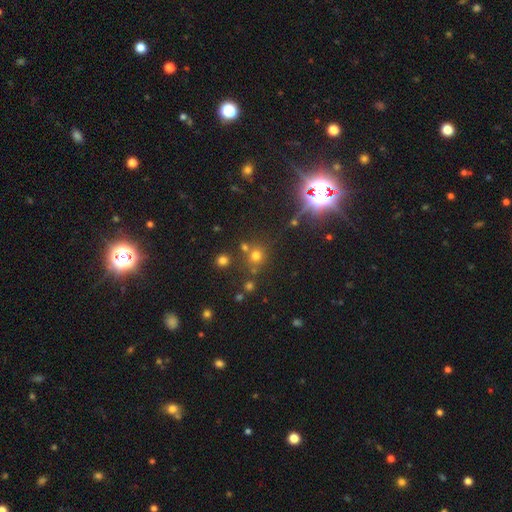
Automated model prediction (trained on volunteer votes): Overall: smooth (56%; star or artifact 35%). How rounded: round (87%). Merging: none (72%).